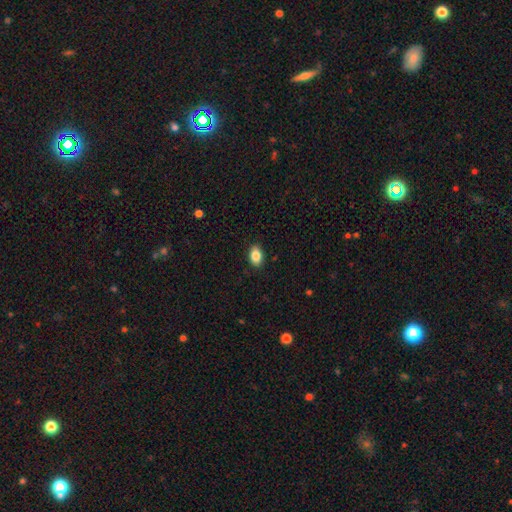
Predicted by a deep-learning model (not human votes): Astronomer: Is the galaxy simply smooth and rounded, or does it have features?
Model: smooth — 86%.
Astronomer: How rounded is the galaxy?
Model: in between — 87%.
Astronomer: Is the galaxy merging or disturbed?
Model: none — 89%.